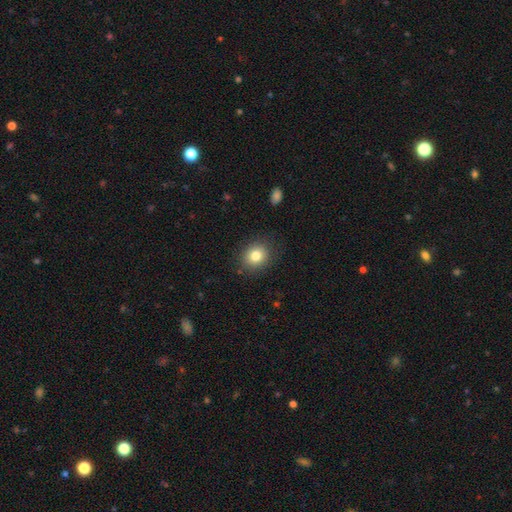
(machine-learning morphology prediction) A smooth galaxy with no disk features (82%) that is round (65%). Merging: none (86%).